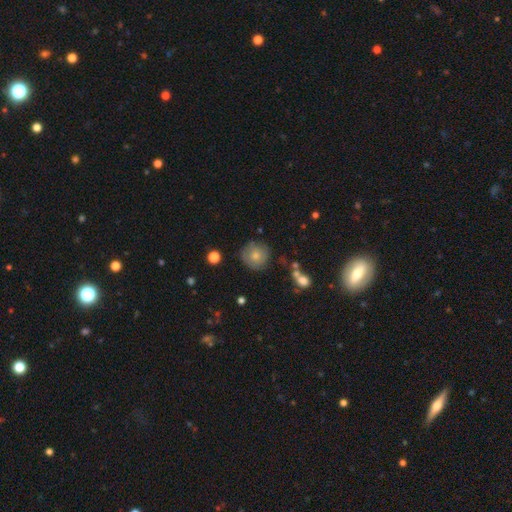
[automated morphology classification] Smooth or featured?
  - smooth: 69% *
  - featured or disk: 23%
  - star or artifact: 9%
How rounded?
  - round: 91% *
  - in between: 8%
  - cigar-shaped: 1%
Merging?
  - none: 74% *
  - minor disturbance: 17%
  - major disturbance: 5%
  - merger: 3%